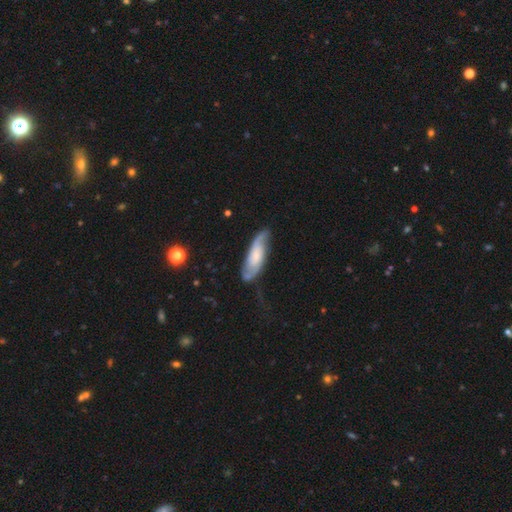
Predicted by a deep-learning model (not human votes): The model was most divided on "spiral winding": medium: 44%, tight: 28%, loose: 28%. Remaining: spiral arms — yes (94%); edge-on disk — no (87%); spiral arm count — 2 (82%); smooth or featured — featured or disk (71%); merging — none (67%); bar — no (58%); bulge size — small (43%).